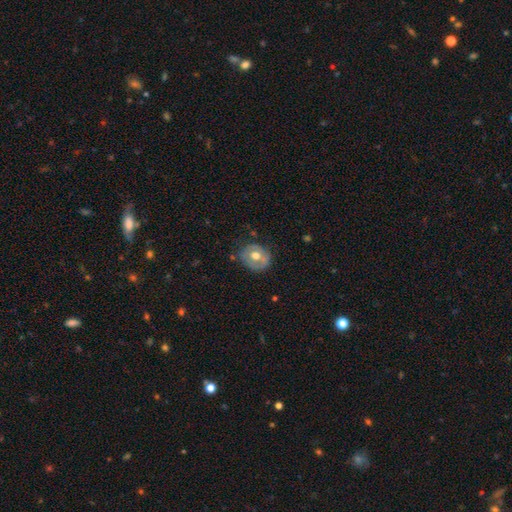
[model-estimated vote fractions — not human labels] Smooth or featured: smooth — 52% (featured or disk — 41%)
How rounded: round — 69% (in between — 30%)
Merging: none — 68% (minor disturbance — 23%)